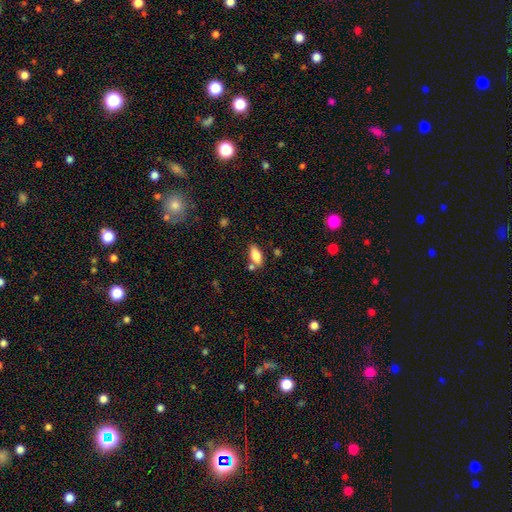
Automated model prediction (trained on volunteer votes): smooth_or_featured: smooth (p=0.81) [alt: featured or disk p=0.12]
how_rounded: in between (p=0.87) [alt: cigar-shaped p=0.10]
merging: none (p=0.72) [alt: minor disturbance p=0.13]